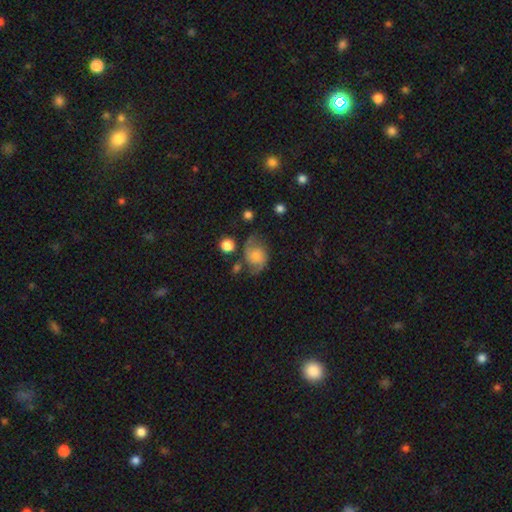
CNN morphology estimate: A featured or disk galaxy (60%) with no bar (73%), 2 (90%) loose (45%) spiral arms (91%) and a small central bulge (41%). Merging: none (58%).